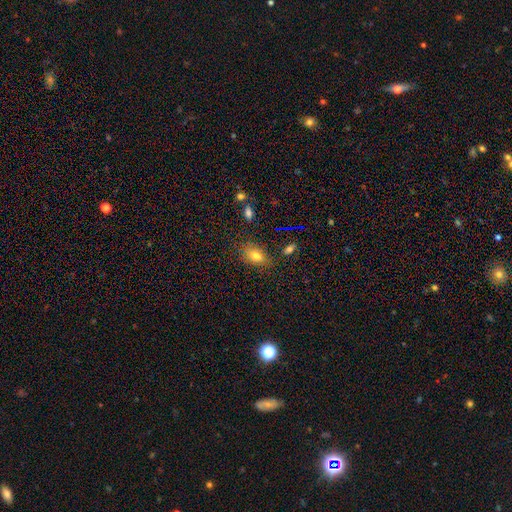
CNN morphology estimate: A smooth galaxy with no disk features (77%) that is in between round and cigar-shaped (84%). Merging: none (71%).